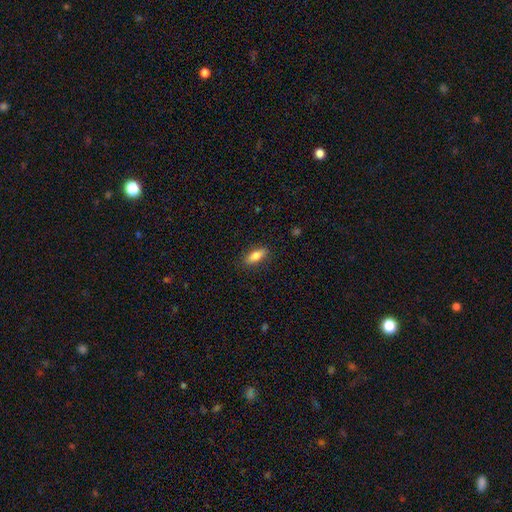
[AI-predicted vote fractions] Smooth or featured? smooth (78%)
How rounded? in between (74%)
Merging? none (86%)